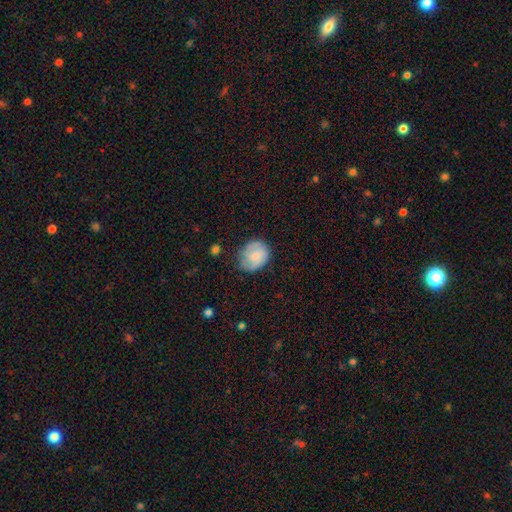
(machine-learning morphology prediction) Smooth or featured? Predicted: smooth (p=0.69). How rounded? Predicted: round (p=0.62). Merging? Predicted: none (p=0.66).